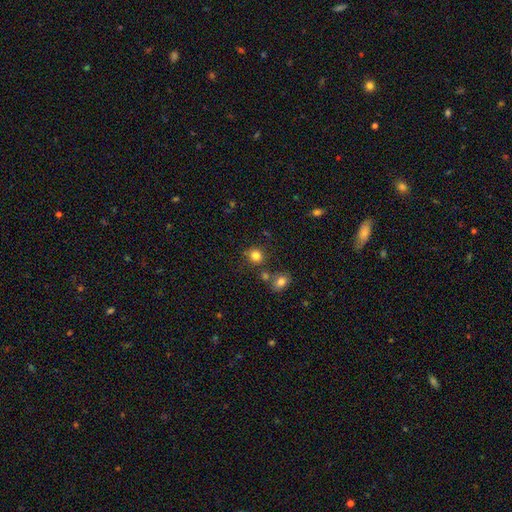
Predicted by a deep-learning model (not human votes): A smooth galaxy with no disk features (81%) that is round (85%). Merging: none (76%).